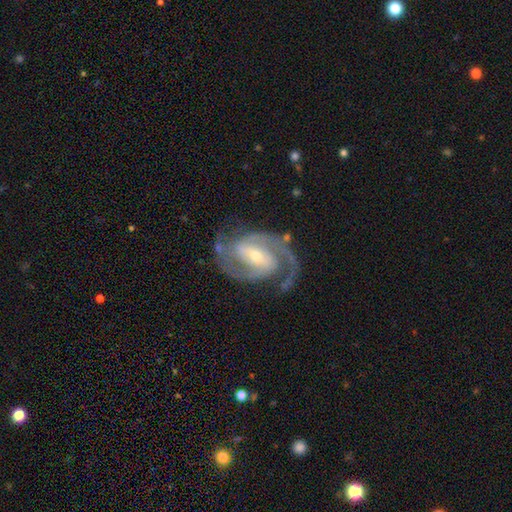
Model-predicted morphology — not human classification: Smooth or featured? Predicted: featured or disk (p=0.93). Edge-on disk? Predicted: no (p=0.97). Bar? Predicted: strong (p=0.44). Spiral arms? Predicted: yes (p=0.98). Spiral winding? Predicted: medium (p=0.55). Spiral arm count? Predicted: 2 (p=0.90). Bulge size? Predicted: small (p=0.56). Merging? Predicted: none (p=0.76).